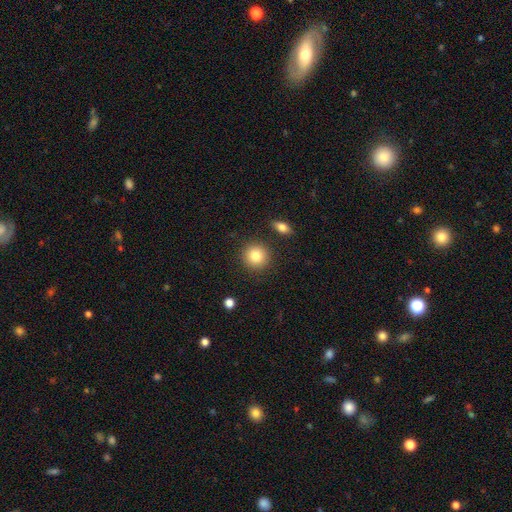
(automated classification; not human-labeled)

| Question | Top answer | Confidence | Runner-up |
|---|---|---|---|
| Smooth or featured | smooth | 84% | star or artifact (9%) |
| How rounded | round | 91% | in between (8%) |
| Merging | none | 88% | minor disturbance (7%) |